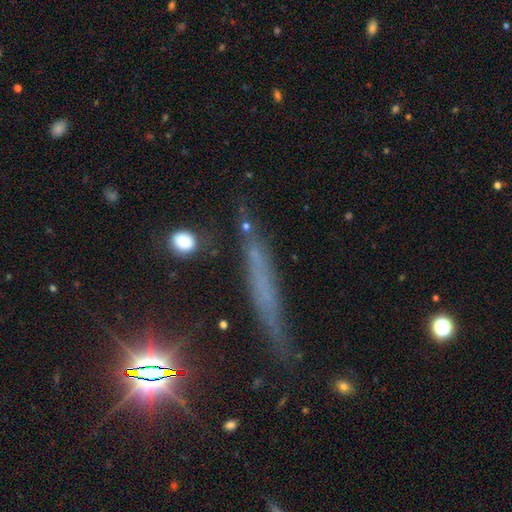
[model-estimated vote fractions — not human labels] Smooth or featured: smooth — 43% (featured or disk — 39%)
Merging: none — 76% (minor disturbance — 16%)